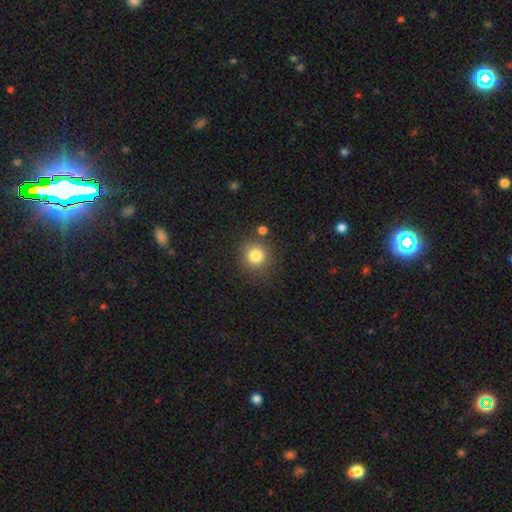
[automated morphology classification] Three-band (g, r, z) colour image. It shows a smooth galaxy with no disk features (82%) that is round (92%). Merging: none (82%).